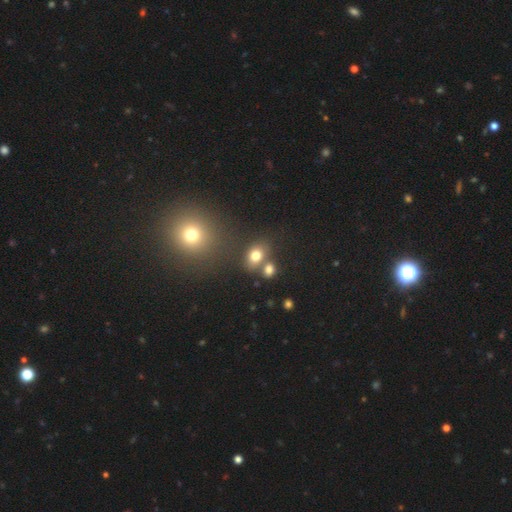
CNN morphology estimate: A smooth galaxy with no disk features (76%) that is in between round and cigar-shaped (58%).

Vote fractions:
- Smooth or featured? smooth: 76% / star or artifact: 14% / featured or disk: 10%
- How rounded? in between: 58% / round: 41% / cigar-shaped: 1%
- Merging? none: 59% / merger: 26% / minor disturbance: 11% / major disturbance: 5%